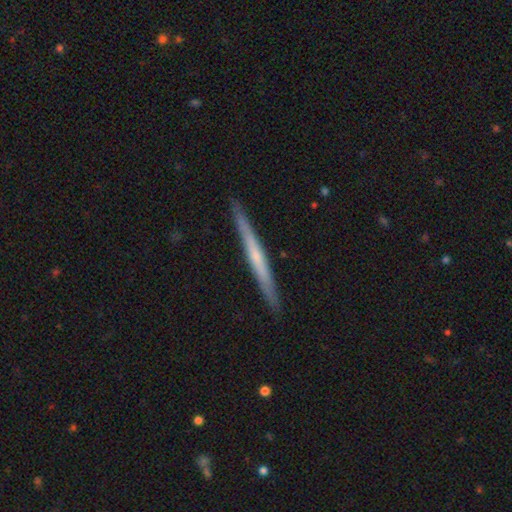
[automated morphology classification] type=featured or disk (54%); edge-on=yes (97%); edge-on bulge=none (71%); merging=none (91%).